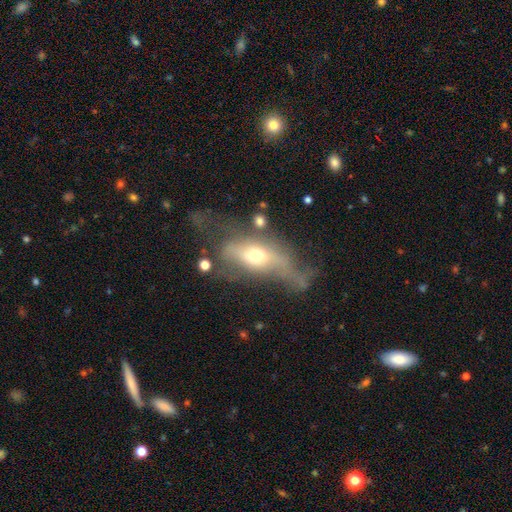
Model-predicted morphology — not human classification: This is possibly a featured or disk galaxy (58%). It is likely not viewed edge-on (65%). Merging: marginally major disturbance (42%).